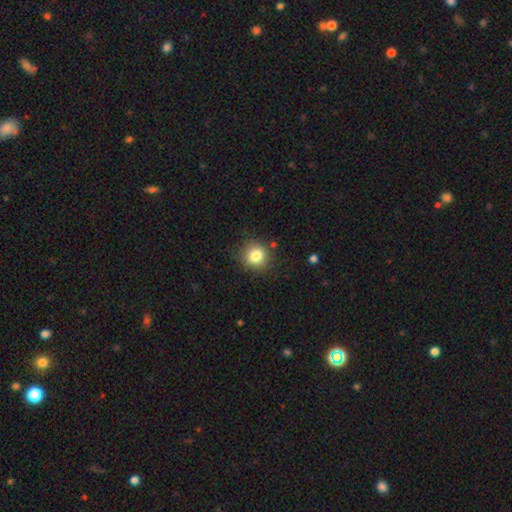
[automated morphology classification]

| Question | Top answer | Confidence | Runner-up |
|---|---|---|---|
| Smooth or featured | smooth | 82% | star or artifact (11%) |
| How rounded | round | 85% | in between (14%) |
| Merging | none | 85% | minor disturbance (10%) |